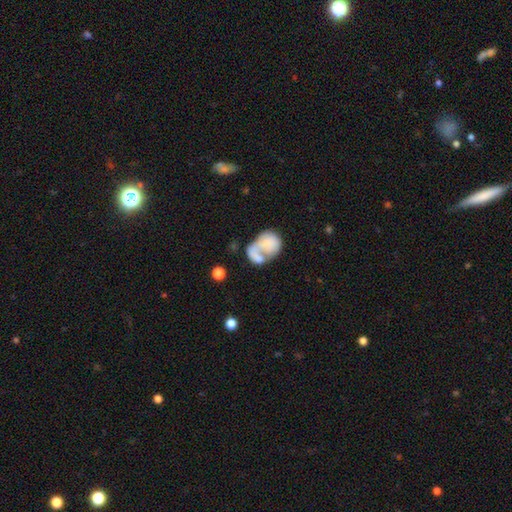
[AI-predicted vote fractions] A smooth galaxy with no disk features (58%) that is in between round and cigar-shaped (64%). Merging: merger (52%).